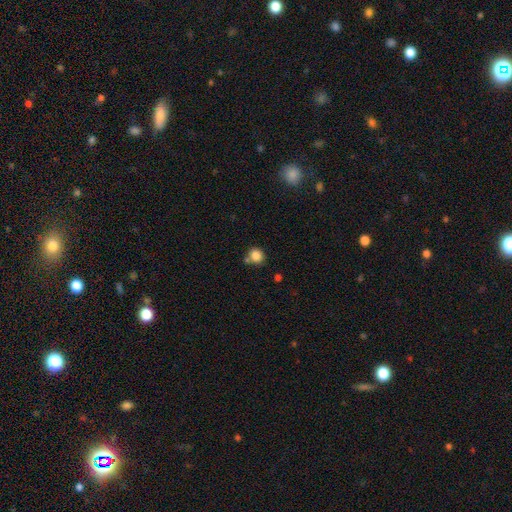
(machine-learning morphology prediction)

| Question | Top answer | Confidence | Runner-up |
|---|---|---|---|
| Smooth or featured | smooth | 84% | star or artifact (10%) |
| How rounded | round | 85% | in between (14%) |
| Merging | none | 67% | merger (16%) |